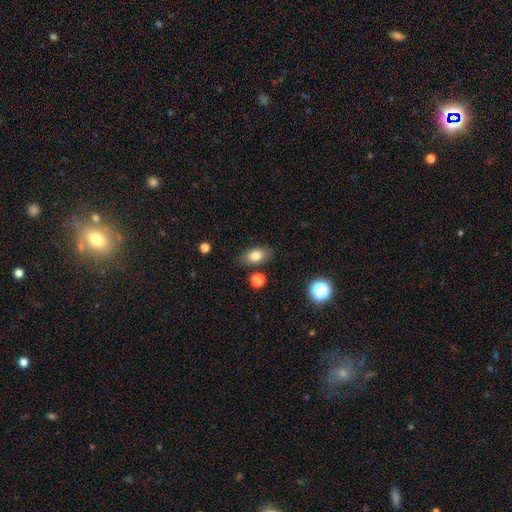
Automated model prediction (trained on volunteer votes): Morphology: type=smooth (81%); roundness=in between (86%); merging=none (80%).